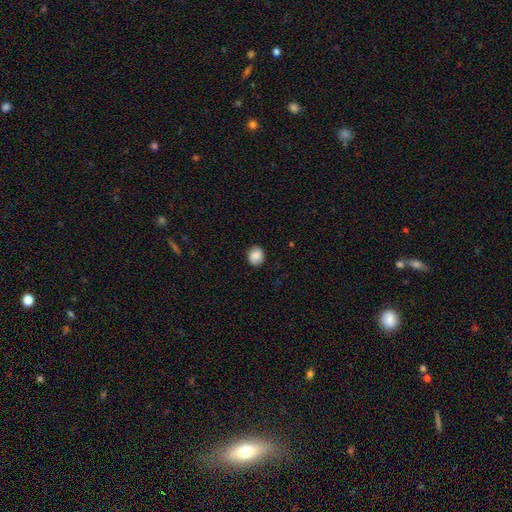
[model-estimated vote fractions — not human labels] A smooth galaxy with no disk features (88%) that is round (75%). Merging: none (88%).